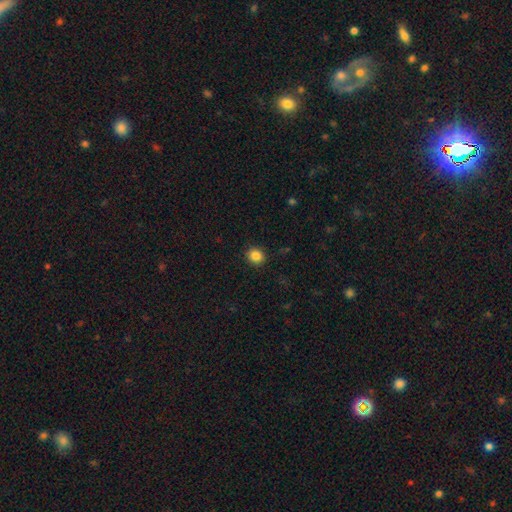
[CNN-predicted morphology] smooth 85%, star or artifact 10%, featured or disk 5%. Down the decision tree: how rounded — round (84%); merging — none (91%).